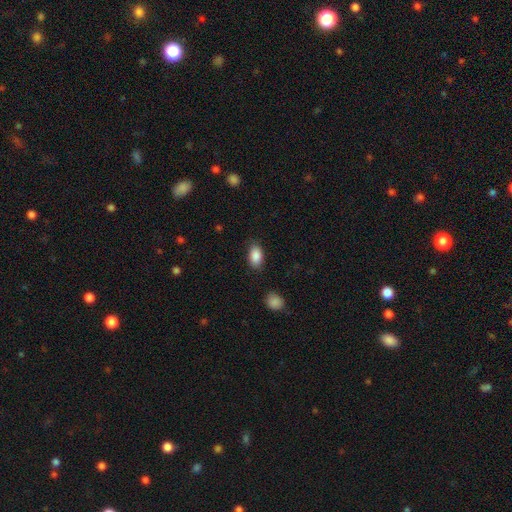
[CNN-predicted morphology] smooth_or_featured: smooth (p=0.88) [alt: star or artifact p=0.07]
how_rounded: in between (p=0.91) [alt: round p=0.07]
merging: none (p=0.82) [alt: minor disturbance p=0.13]